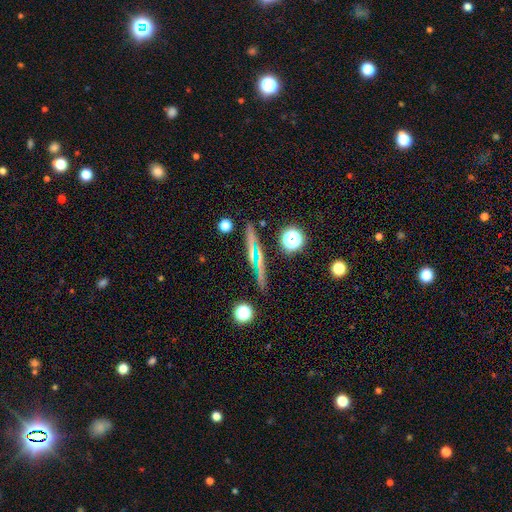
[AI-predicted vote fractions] A featured or disk galaxy (40%). Merging: none (87%).